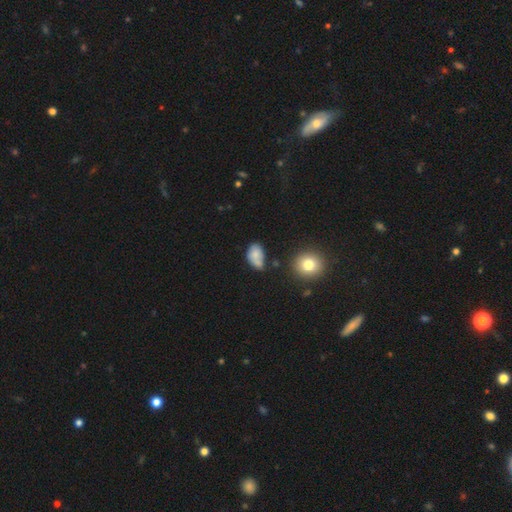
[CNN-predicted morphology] Q: Smooth or featured?
A: smooth (76%); runner-up: featured or disk (14%)
Q: How rounded?
A: in between (84%); runner-up: round (14%)
Q: Merging?
A: none (41%); runner-up: minor disturbance (34%)